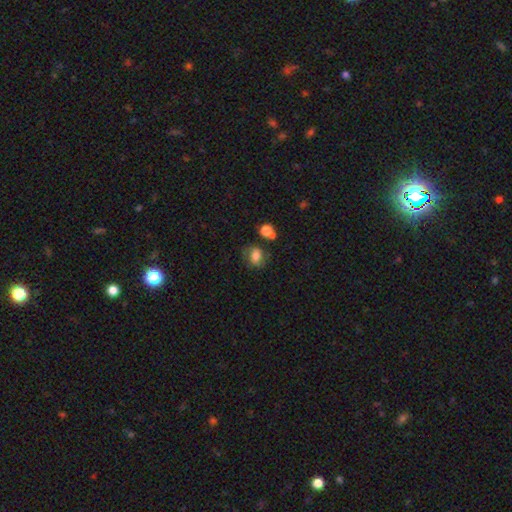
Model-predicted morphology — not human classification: The model was most divided on "how rounded": in between: 50%, round: 49%, cigar-shaped: 1%. More confident: smooth or featured — smooth (69%); merging — none (59%).